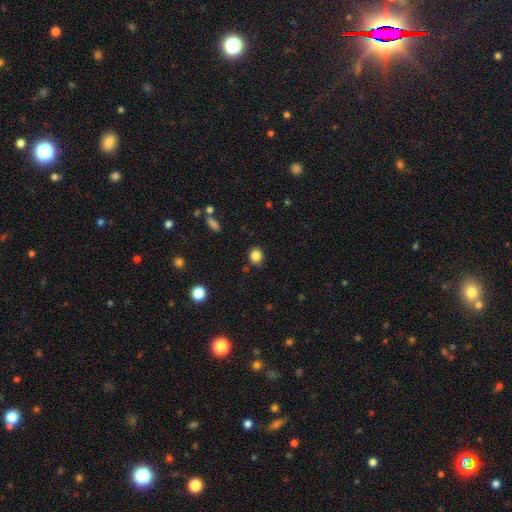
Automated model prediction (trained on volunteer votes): Q: Smooth or featured?
A: smooth (84%); runner-up: star or artifact (11%)
Q: How rounded?
A: round (75%); runner-up: in between (24%)
Q: Merging?
A: none (85%); runner-up: minor disturbance (11%)